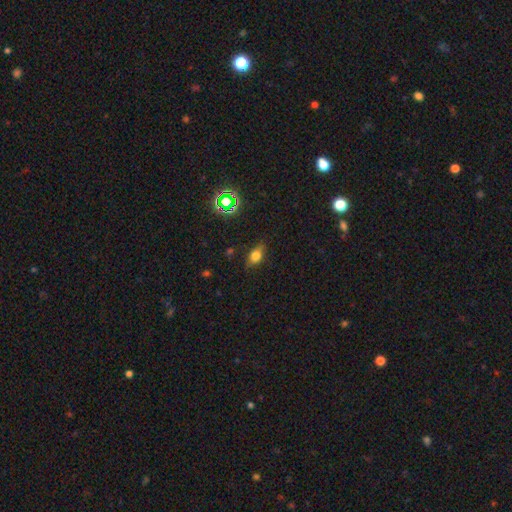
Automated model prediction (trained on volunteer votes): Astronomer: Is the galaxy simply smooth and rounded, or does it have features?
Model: smooth — 67%.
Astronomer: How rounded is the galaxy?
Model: in between — 72%.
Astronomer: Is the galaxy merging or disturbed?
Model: none — 78%.